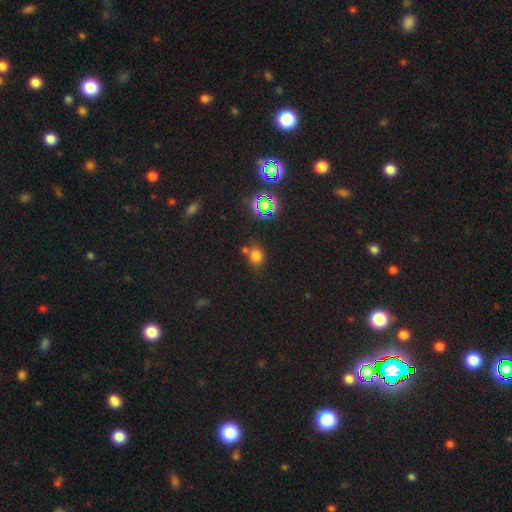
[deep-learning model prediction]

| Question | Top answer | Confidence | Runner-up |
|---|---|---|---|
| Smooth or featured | smooth | 70% | star or artifact (24%) |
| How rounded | round | 71% | in between (28%) |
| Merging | none | 68% | merger (16%) |